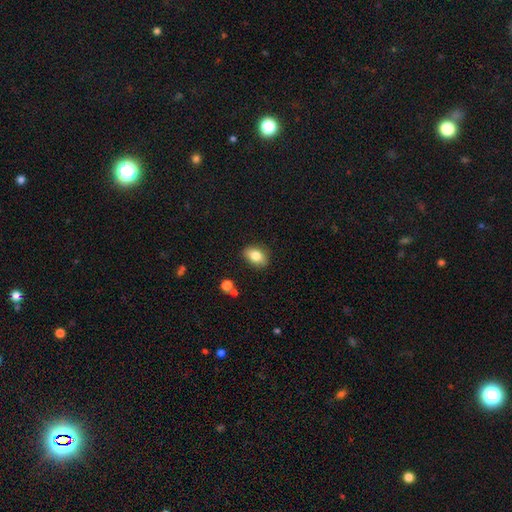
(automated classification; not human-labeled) Smooth or featured?
  - smooth: 82% *
  - featured or disk: 9%
  - star or artifact: 8%
How rounded?
  - in between: 85% *
  - round: 13%
  - cigar-shaped: 2%
Merging?
  - none: 85% *
  - minor disturbance: 11%
  - major disturbance: 2%
  - merger: 2%